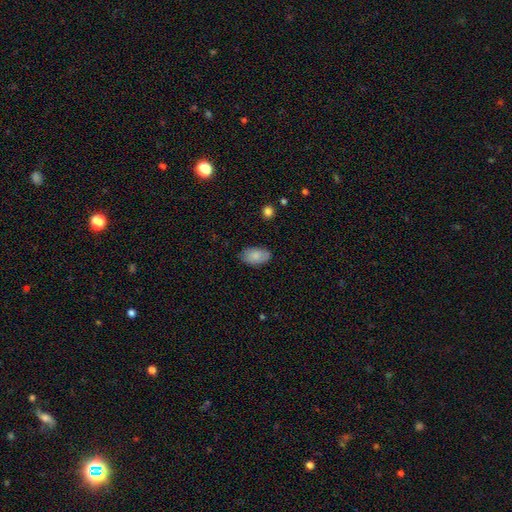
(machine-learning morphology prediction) Smooth or featured: smooth — 86% (featured or disk — 8%)
How rounded: in between — 94% (round — 5%)
Merging: none — 81% (minor disturbance — 15%)